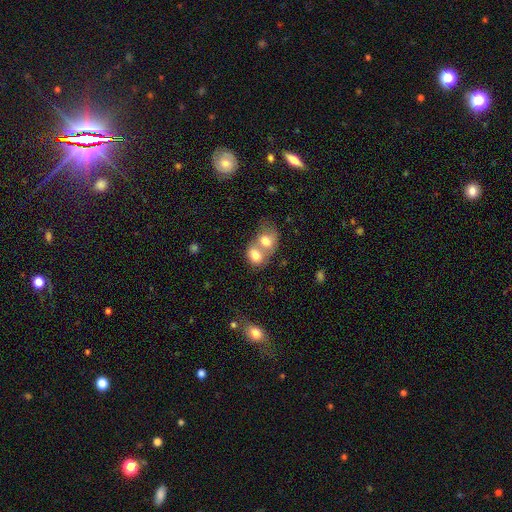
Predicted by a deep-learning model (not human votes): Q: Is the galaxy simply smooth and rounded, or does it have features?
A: smooth — 75%.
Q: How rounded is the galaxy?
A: in between — 60%.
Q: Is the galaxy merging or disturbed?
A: merger — 74%.